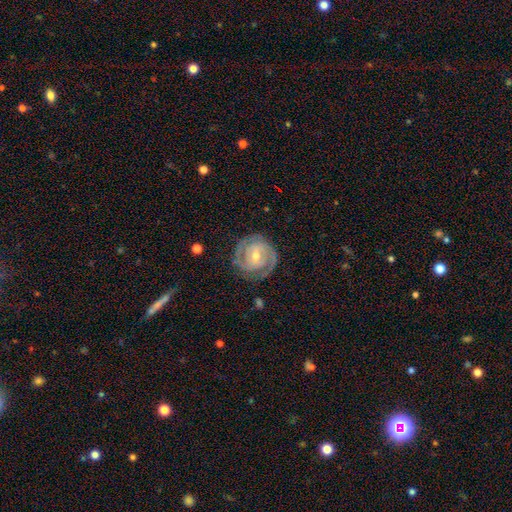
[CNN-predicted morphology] A featured or disk galaxy (88%) with a weak bar (47%), 2 (70%) tight (73%) spiral arms (97%) and a moderate central bulge (50%). Merging: none (81%).